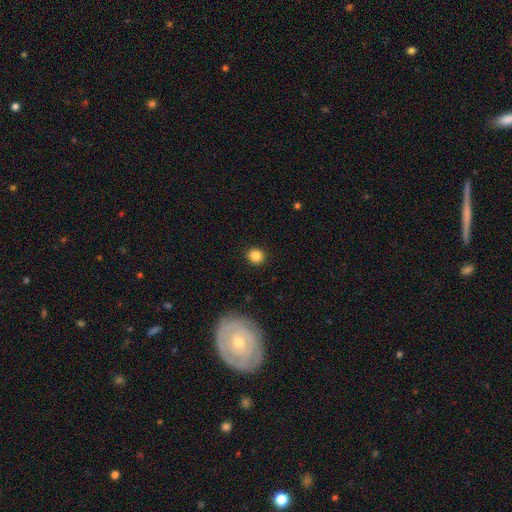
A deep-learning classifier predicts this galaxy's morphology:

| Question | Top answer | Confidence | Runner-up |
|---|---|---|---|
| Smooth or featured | smooth | 85% | star or artifact (11%) |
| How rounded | round | 89% | in between (10%) |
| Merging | none | 91% | minor disturbance (6%) |